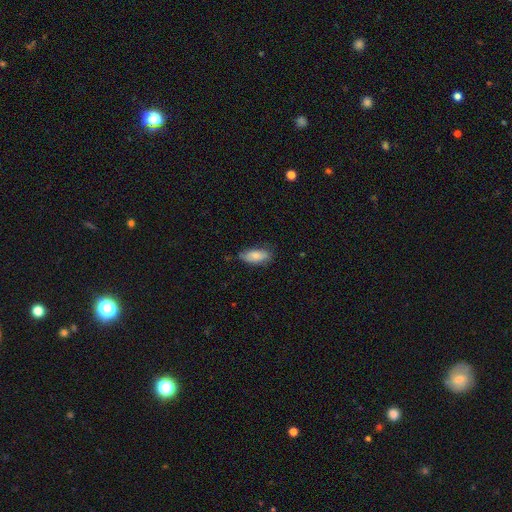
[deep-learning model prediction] smooth-or-featured: smooth: 78% | featured or disk: 16% | star or artifact: 6%
  how-rounded: in between: 86% | cigar-shaped: 12% | round: 2%
  merging: none: 71% | minor disturbance: 23% | major disturbance: 4% | merger: 1%